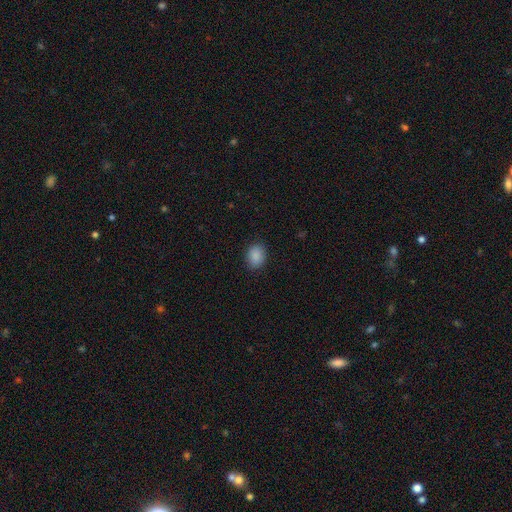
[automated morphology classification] A smooth galaxy with no disk features (88%) that is in between round and cigar-shaped (60%).

Vote fractions:
- Smooth or featured? smooth: 88% / star or artifact: 8% / featured or disk: 3%
- How rounded? in between: 60% / round: 39% / cigar-shaped: 1%
- Merging? none: 88% / minor disturbance: 9% / major disturbance: 2% / merger: 1%